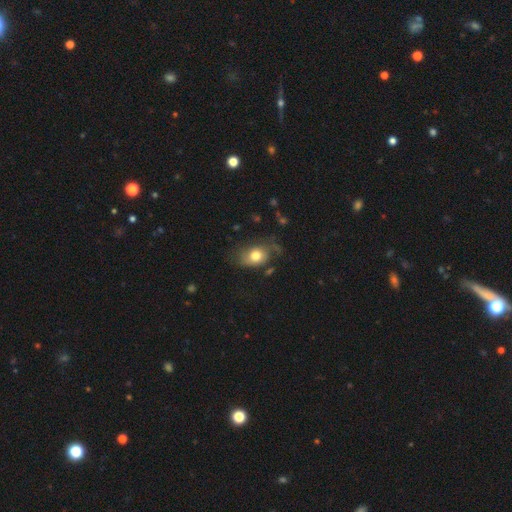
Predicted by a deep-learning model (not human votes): Q: Smooth or featured?
A: smooth (73%); runner-up: featured or disk (19%)
Q: How rounded?
A: in between (71%); runner-up: round (28%)
Q: Merging?
A: none (52%); runner-up: minor disturbance (28%)